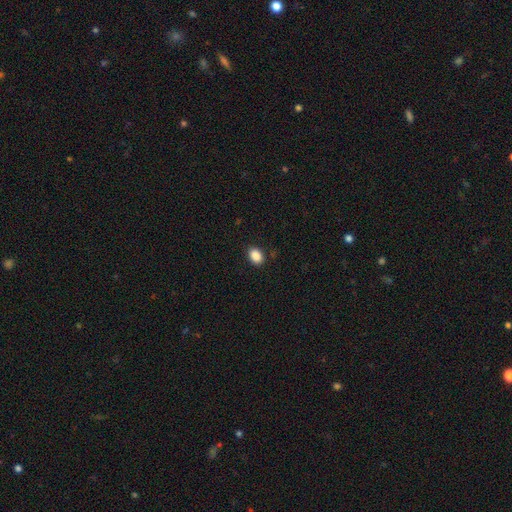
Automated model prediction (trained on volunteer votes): Morphology: type=smooth (89%); roundness=in between (78%); merging=none (88%).